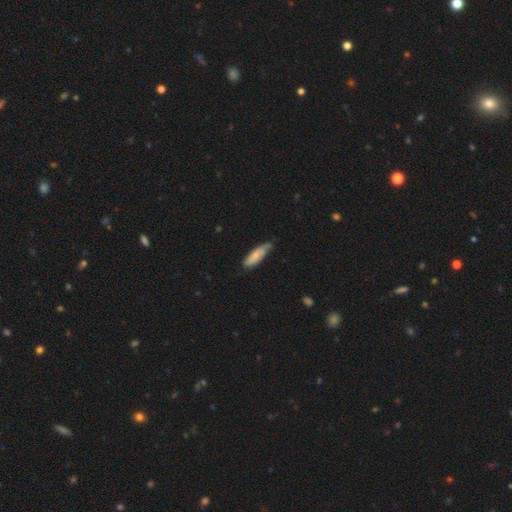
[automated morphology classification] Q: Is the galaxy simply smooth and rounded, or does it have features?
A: smooth — 72%.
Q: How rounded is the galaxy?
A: in between — 54%.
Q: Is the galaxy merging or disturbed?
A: none — 52%.